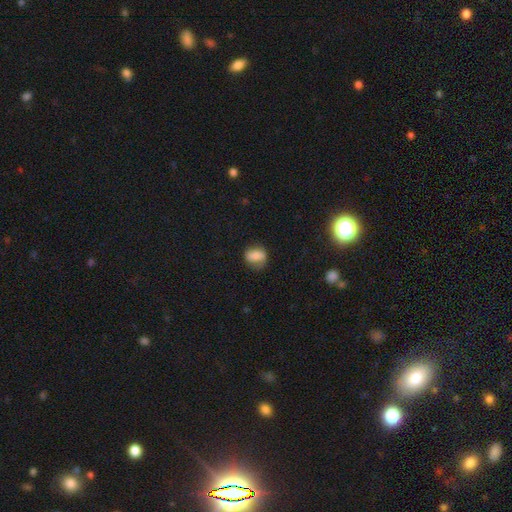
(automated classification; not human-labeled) Morphology: type=smooth (75%); roundness=in between (60%); merging=none (56%).